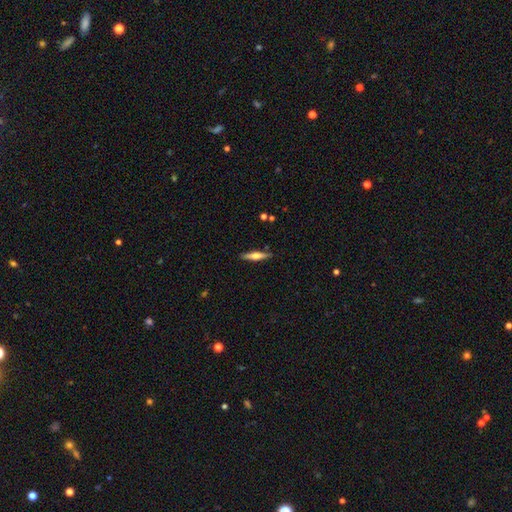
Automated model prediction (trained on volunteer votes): Smooth or featured?
  - featured or disk: 50% *
  - smooth: 44%
  - star or artifact: 6%
Merging?
  - none: 89% *
  - minor disturbance: 8%
  - major disturbance: 2%
  - merger: 1%